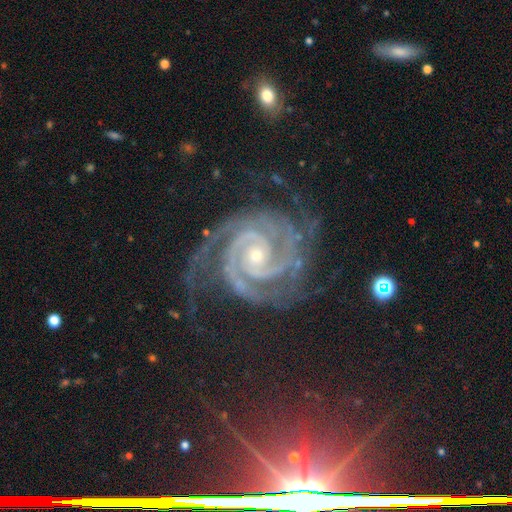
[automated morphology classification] smooth_or_featured: featured or disk (p=0.91) [alt: star or artifact p=0.06]
disk_edge_on: no (p=0.98) [alt: yes p=0.02]
bar: no (p=0.65) [alt: weak p=0.23]
has_spiral_arms: yes (p=0.99) [alt: no p=0.01]
spiral_winding: tight (p=0.78) [alt: medium p=0.20]
spiral_arm_count: 2 (p=0.64) [alt: 3 p=0.15]
bulge_size: small (p=0.68) [alt: moderate p=0.29]
merging: none (p=0.68) [alt: minor disturbance p=0.19]